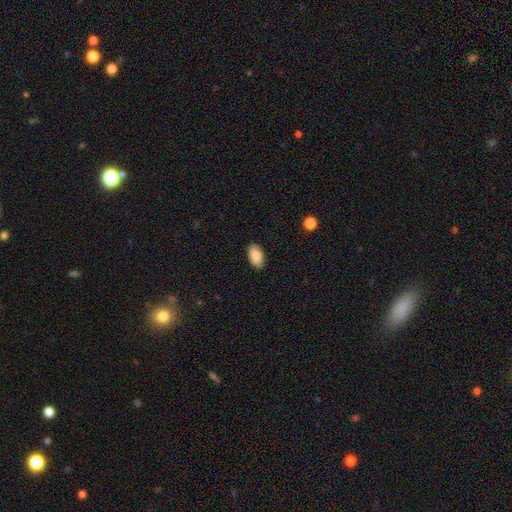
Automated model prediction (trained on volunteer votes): smooth 88%, star or artifact 7%, featured or disk 5%. Down the decision tree: how rounded — in between (94%); merging — none (88%).